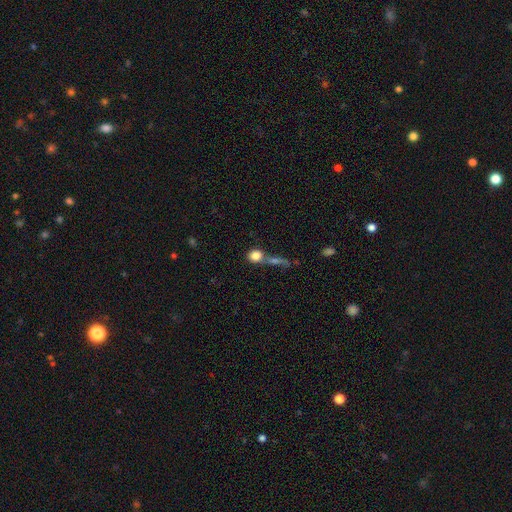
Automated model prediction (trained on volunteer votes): Smooth or featured: smooth — 80% (featured or disk — 10%)
How rounded: round — 72% (in between — 23%)
Merging: merger — 44% (none — 38%)